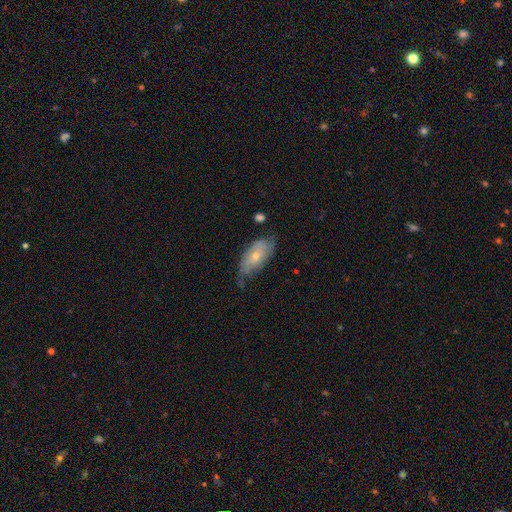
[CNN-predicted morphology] Smooth or featured: smooth — 51% (featured or disk — 43%)
How rounded: in between — 88% (cigar-shaped — 9%)
Merging: none — 50% (minor disturbance — 36%)